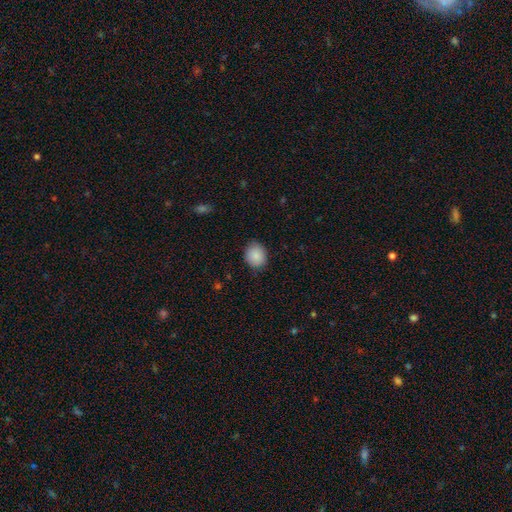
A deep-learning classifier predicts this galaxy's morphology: This is clearly a smooth galaxy (88%). How rounded: likely round (67%). Merging: clearly none (84%).